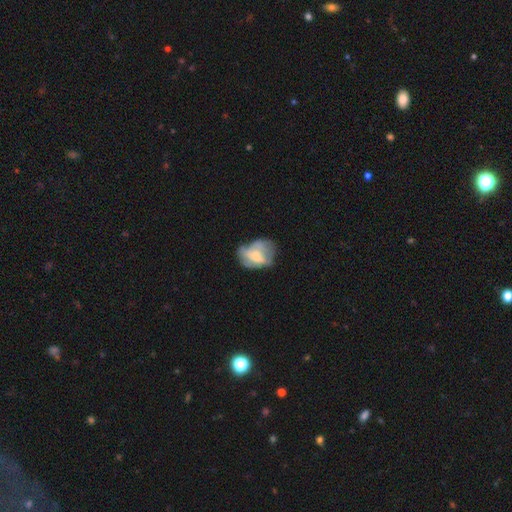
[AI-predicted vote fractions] Smooth or featured? featured or disk (51%)
Edge-on disk? no (97%)
Merging? none (40%)